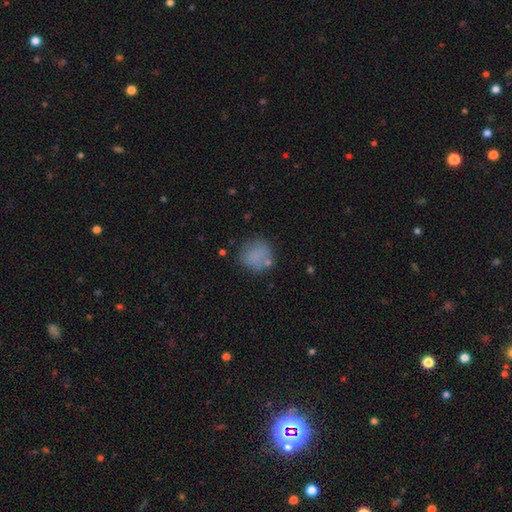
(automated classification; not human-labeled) This is likely a smooth galaxy (79%). How rounded: clearly round (87%). Merging: likely none (71%).